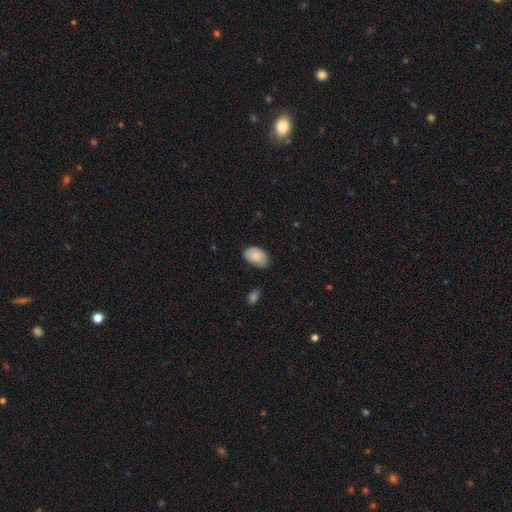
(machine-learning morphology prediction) smooth-or-featured: smooth: 83% | featured or disk: 10% | star or artifact: 7%
  how-rounded: in between: 90% | round: 9% | cigar-shaped: 1%
  merging: none: 62% | minor disturbance: 31% | major disturbance: 5% | merger: 2%